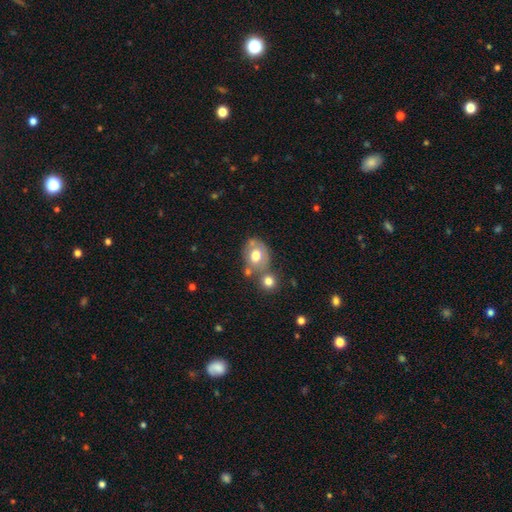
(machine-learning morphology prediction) Smooth or featured: smooth — 64% (featured or disk — 27%)
How rounded: round — 50% (in between — 49%)
Merging: none — 45% (merger — 32%)